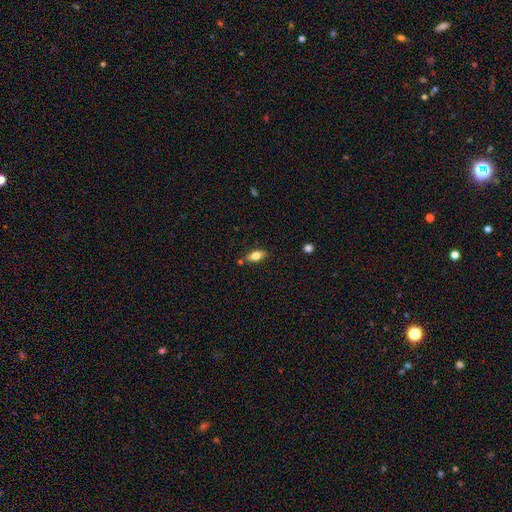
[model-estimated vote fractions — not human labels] Smooth or featured? Predicted: smooth (p=0.71). How rounded? Predicted: in between (p=0.84). Merging? Predicted: none (p=0.79).